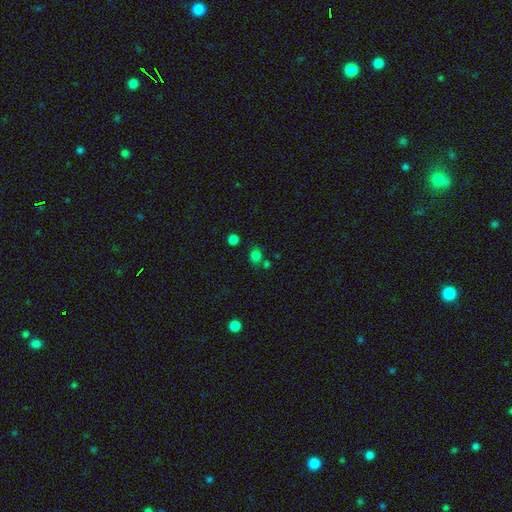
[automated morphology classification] Smooth or featured: smooth — 75% (star or artifact — 19%)
How rounded: round — 79% (in between — 20%)
Merging: none — 66% (merger — 16%)